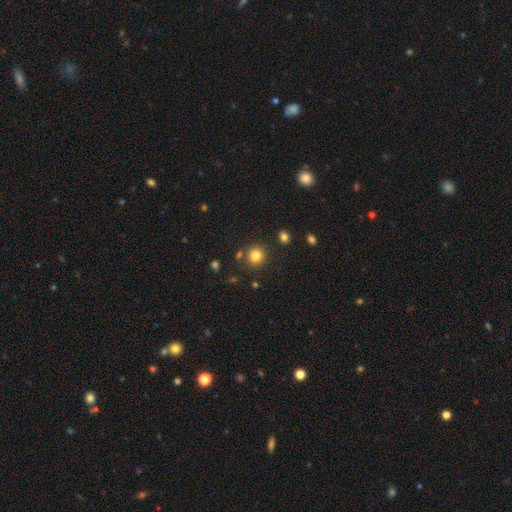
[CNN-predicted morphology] This appears to be a smooth galaxy with no disk features (82%) that is round (92%). Merging: none (84%).